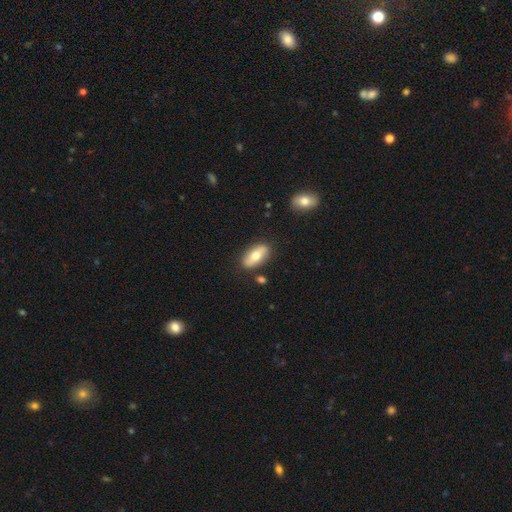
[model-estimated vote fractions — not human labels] Smooth or featured?
  - smooth: 62% *
  - featured or disk: 32%
  - star or artifact: 6%
How rounded?
  - in between: 84% *
  - cigar-shaped: 12%
  - round: 4%
Merging?
  - none: 83% *
  - minor disturbance: 11%
  - merger: 3%
  - major disturbance: 3%